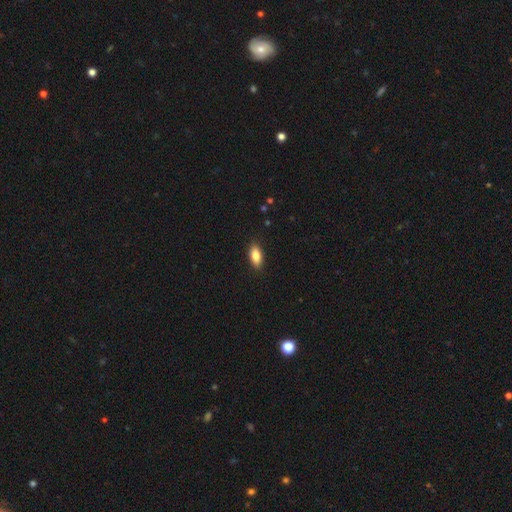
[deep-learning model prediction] Q: Smooth or featured?
A: smooth (85%); runner-up: featured or disk (8%)
Q: How rounded?
A: in between (86%); runner-up: cigar-shaped (11%)
Q: Merging?
A: none (88%); runner-up: minor disturbance (9%)